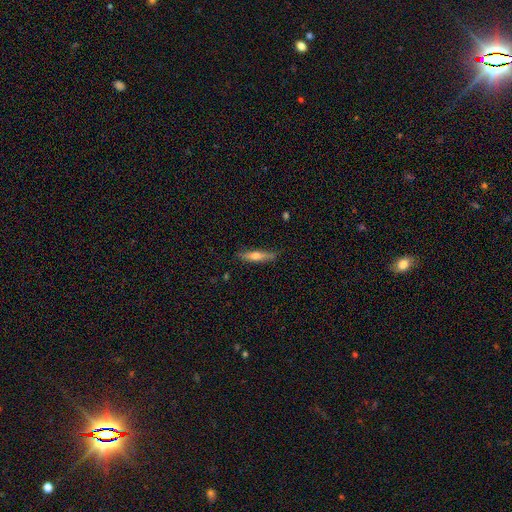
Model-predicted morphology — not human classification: Overall: smooth (55%; featured or disk 38%). How rounded: cigar-shaped (82%). Merging: none (79%).